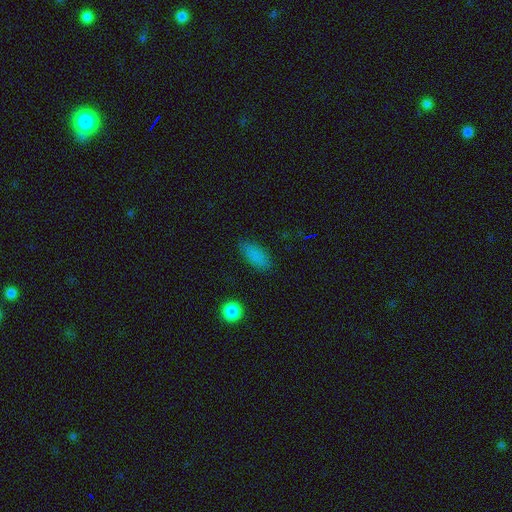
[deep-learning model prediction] Overall: smooth (84%). How rounded: in between (83%). Merging: none (82%).